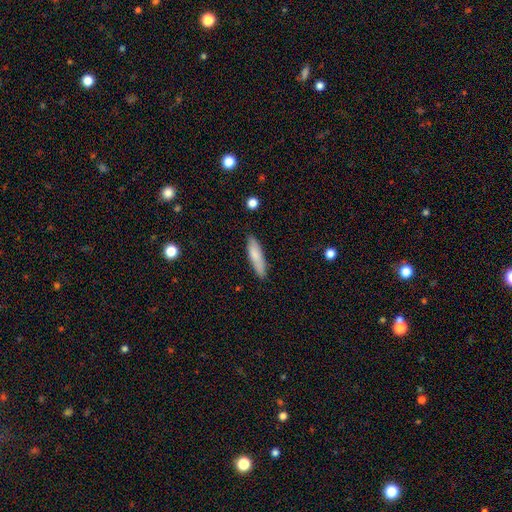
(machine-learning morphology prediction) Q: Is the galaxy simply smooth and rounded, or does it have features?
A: smooth — 79%.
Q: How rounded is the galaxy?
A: cigar-shaped — 72%.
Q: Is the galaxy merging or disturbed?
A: none — 86%.